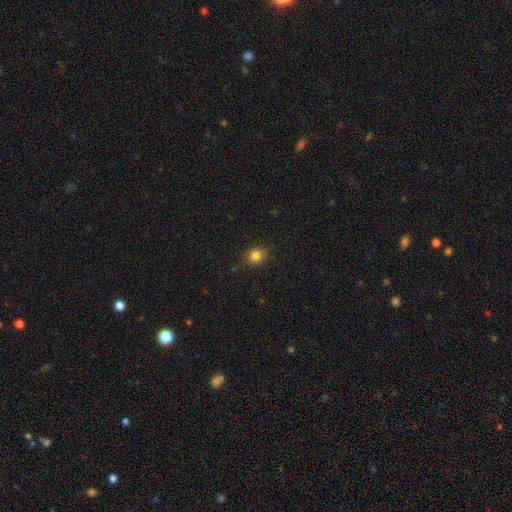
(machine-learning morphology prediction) The model was most divided on "how rounded": round: 64%, in between: 35%, cigar-shaped: 1%. More confident: merging — none (86%); smooth or featured — smooth (83%).